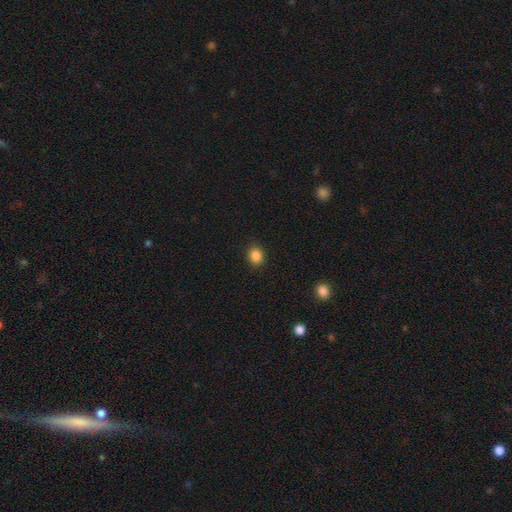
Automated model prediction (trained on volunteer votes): Smooth or featured? smooth (86%)
How rounded? round (64%)
Merging? none (89%)